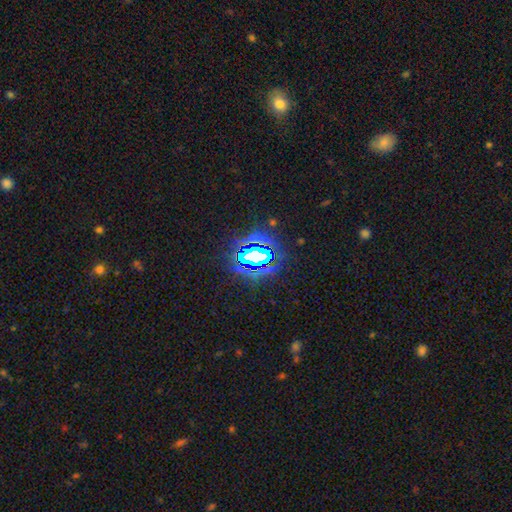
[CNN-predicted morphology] Smooth or featured? Predicted: star or artifact (p=0.71).